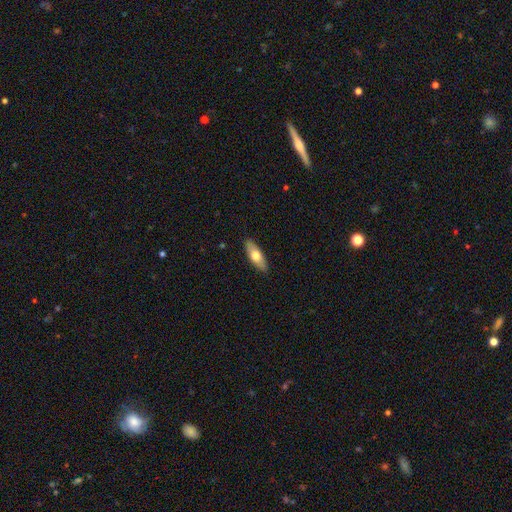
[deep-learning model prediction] Smooth or featured?
  - smooth: 65% *
  - featured or disk: 29%
  - star or artifact: 5%
How rounded?
  - in between: 64% *
  - cigar-shaped: 33%
  - round: 2%
Merging?
  - none: 89% *
  - minor disturbance: 9%
  - major disturbance: 2%
  - merger: 1%